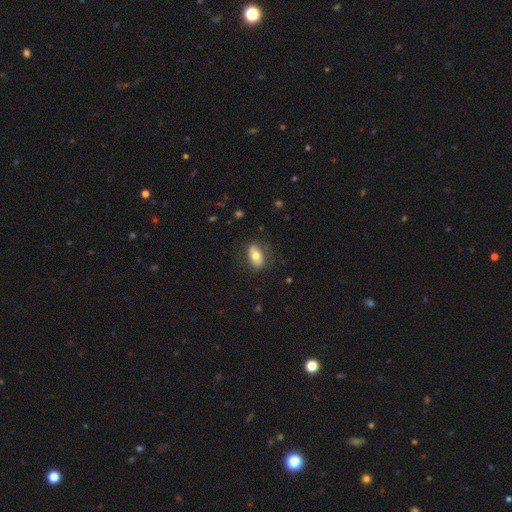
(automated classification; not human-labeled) Smooth or featured? smooth (65%)
How rounded? in between (88%)
Merging? none (76%)